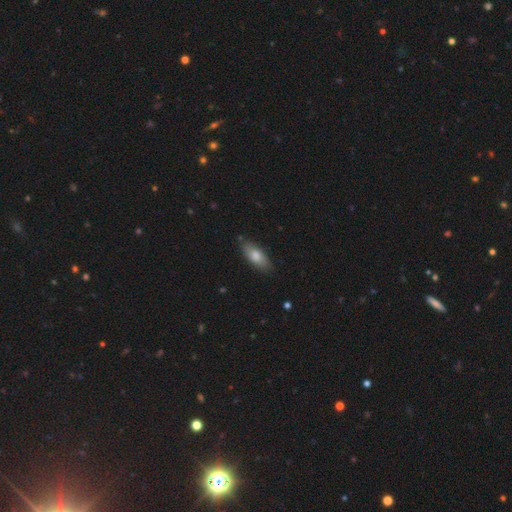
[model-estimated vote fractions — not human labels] Smooth or featured: smooth — 77% (featured or disk — 17%)
How rounded: in between — 80% (cigar-shaped — 18%)
Merging: none — 81% (minor disturbance — 15%)